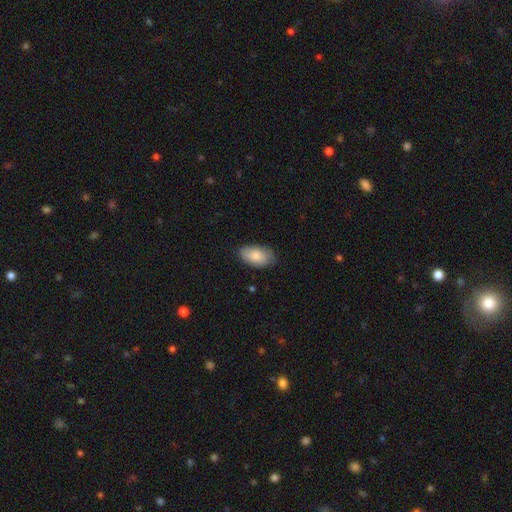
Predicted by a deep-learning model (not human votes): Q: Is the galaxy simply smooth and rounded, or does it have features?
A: smooth — 84%.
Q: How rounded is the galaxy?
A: in between — 94%.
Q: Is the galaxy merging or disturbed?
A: none — 76%.